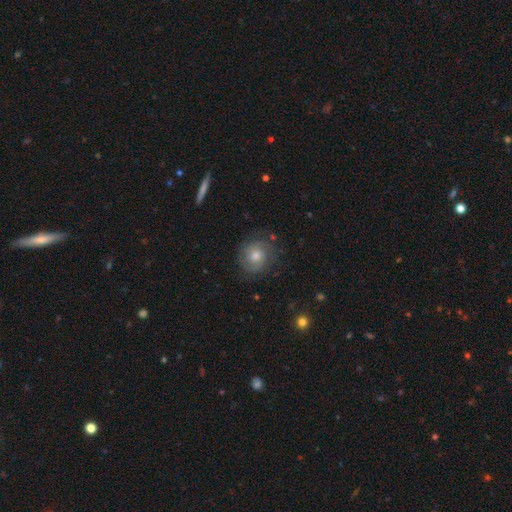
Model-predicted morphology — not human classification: Smooth or featured?
  - featured or disk: 62% *
  - smooth: 27%
  - star or artifact: 11%
Edge-on disk?
  - no: 97% *
  - yes: 3%
Bar?
  - no: 75% *
  - weak: 21%
  - strong: 4%
Spiral arms?
  - yes: 89% *
  - no: 11%
Spiral winding?
  - tight: 61% *
  - medium: 30%
  - loose: 9%
Spiral arm count?
  - 2: 52% *
  - can't tell: 27%
  - 3: 10%
  - 1: 5%
  - 4: 3%
  - more than 4: 3%
Bulge size?
  - moderate: 65% *
  - small: 25%
  - large: 7%
  - none: 2%
  - dominant: 1%
Merging?
  - none: 79% *
  - minor disturbance: 14%
  - major disturbance: 6%
  - merger: 1%